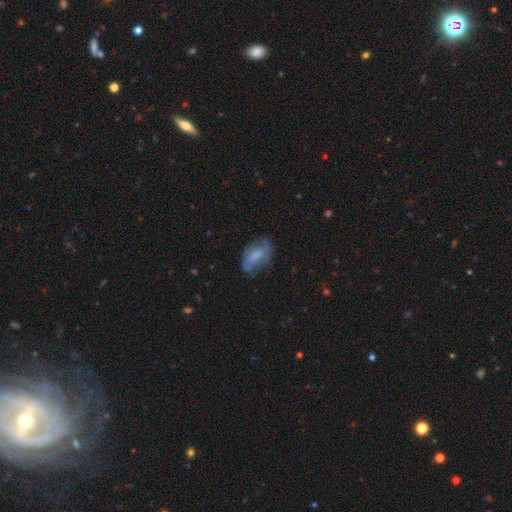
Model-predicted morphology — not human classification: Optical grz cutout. It shows a smooth galaxy with no disk features (51%) that is in between round and cigar-shaped (89%). Merging: none (49%).